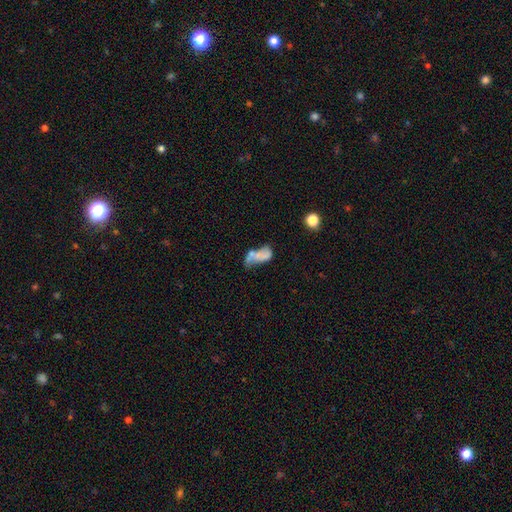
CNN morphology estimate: Q: Smooth or featured?
A: smooth (51%); runner-up: featured or disk (37%)
Q: How rounded?
A: in between (87%); runner-up: round (7%)
Q: Merging?
A: merger (43%); runner-up: major disturbance (24%)